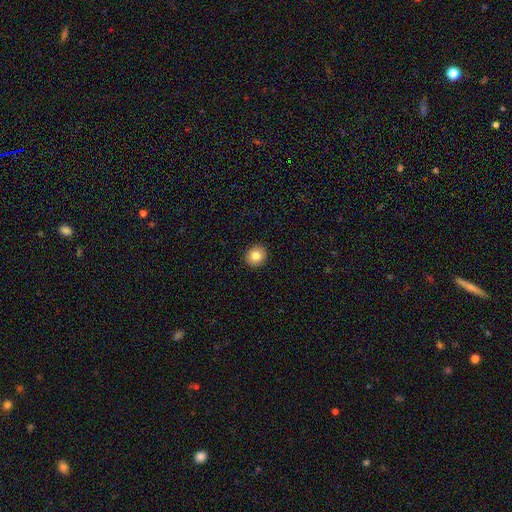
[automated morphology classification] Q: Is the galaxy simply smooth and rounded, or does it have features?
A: smooth — 82%.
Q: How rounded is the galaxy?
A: round — 86%.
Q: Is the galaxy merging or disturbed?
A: none — 92%.